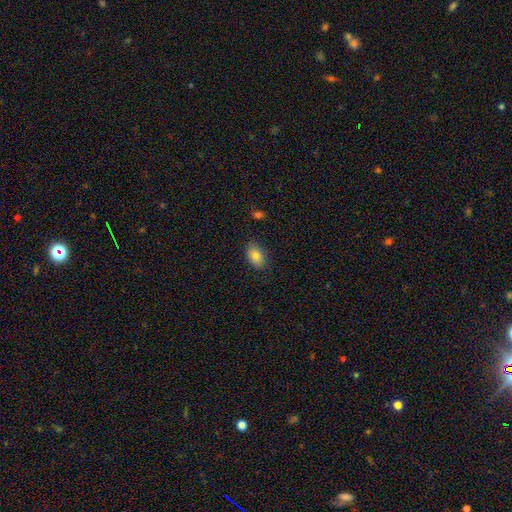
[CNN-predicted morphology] A smooth galaxy with no disk features (81%) that is in between round and cigar-shaped (83%).

Vote fractions:
- Smooth or featured? smooth: 81% / featured or disk: 10% / star or artifact: 9%
- How rounded? in between: 83% / round: 15% / cigar-shaped: 1%
- Merging? none: 84% / minor disturbance: 12% / major disturbance: 3% / merger: 1%